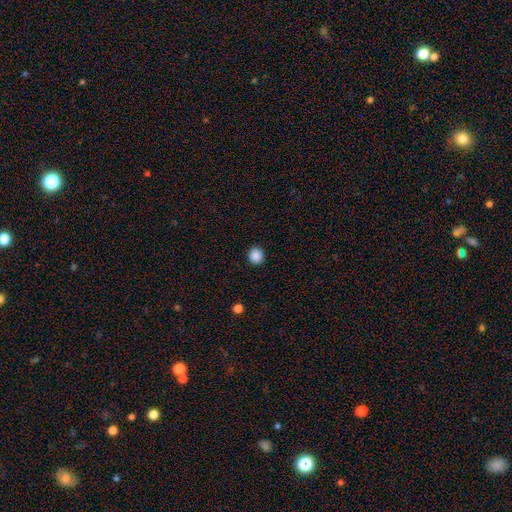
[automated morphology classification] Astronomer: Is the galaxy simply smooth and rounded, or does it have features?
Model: smooth — 88%.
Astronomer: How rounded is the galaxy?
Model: round — 90%.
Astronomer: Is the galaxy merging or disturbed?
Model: none — 92%.